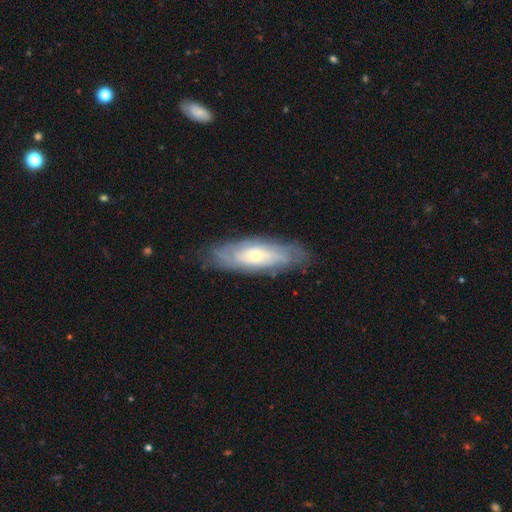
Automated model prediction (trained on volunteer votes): Morphology: type=featured or disk (68%); edge-on=no (80%); bar=no (75%); spiral arms=yes (80%); bulge=small (61%); merging=none (79%).